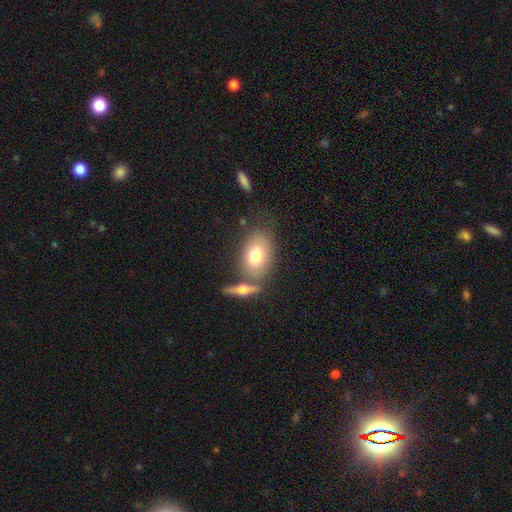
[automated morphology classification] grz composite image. It shows a smooth galaxy with no disk features (74%) that is in between round and cigar-shaped (84%). Merging: none (60%).